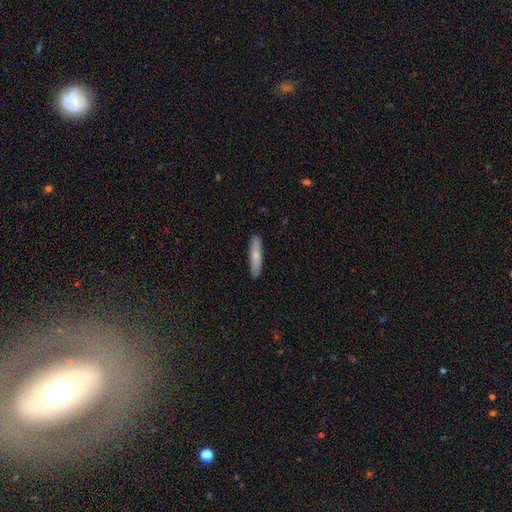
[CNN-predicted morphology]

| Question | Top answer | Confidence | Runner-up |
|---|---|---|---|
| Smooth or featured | smooth | 70% | featured or disk (25%) |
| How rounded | cigar-shaped | 82% | in between (17%) |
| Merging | none | 88% | minor disturbance (9%) |